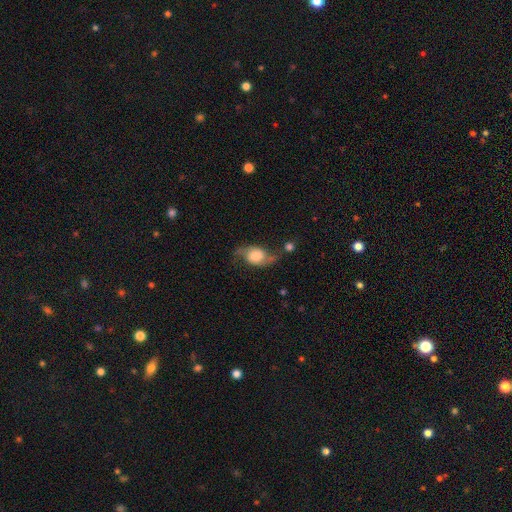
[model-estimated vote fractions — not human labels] Smooth or featured? Predicted: featured or disk (p=0.66). Edge-on disk? Predicted: no (p=0.94). Bar? Predicted: no (p=0.68). Spiral arms? Predicted: yes (p=0.93). Spiral winding? Predicted: loose (p=0.76). Spiral arm count? Predicted: 2 (p=0.92). Bulge size? Predicted: large (p=0.40). Merging? Predicted: none (p=0.55).